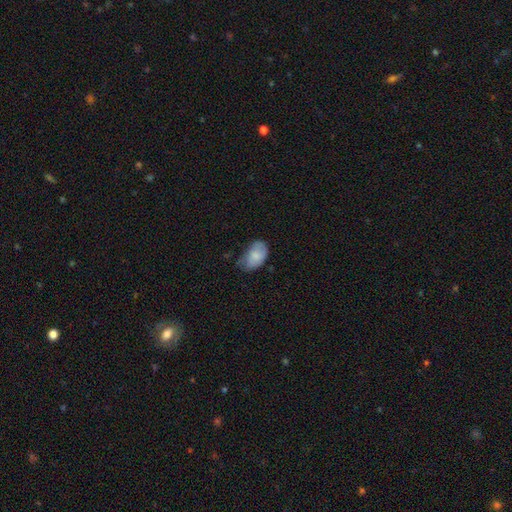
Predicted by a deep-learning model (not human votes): Smooth or featured: smooth — 80% (featured or disk — 13%)
How rounded: in between — 90% (round — 9%)
Merging: none — 44% (minor disturbance — 41%)